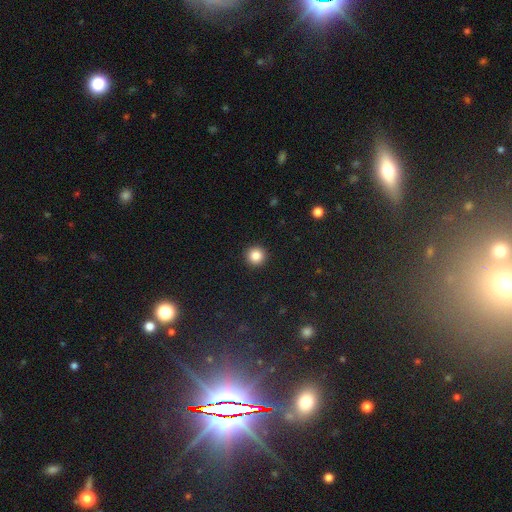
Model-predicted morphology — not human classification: A smooth galaxy with no disk features (85%) that is round (96%). Merging: none (94%).